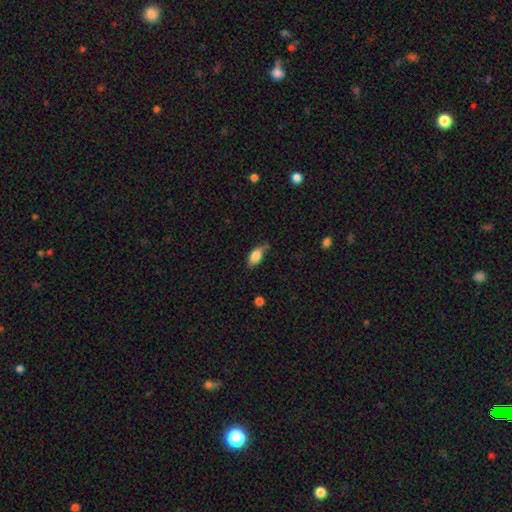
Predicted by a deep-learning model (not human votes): Q: Smooth or featured?
A: smooth (81%); runner-up: featured or disk (11%)
Q: How rounded?
A: in between (89%); runner-up: cigar-shaped (7%)
Q: Merging?
A: none (57%); runner-up: minor disturbance (32%)